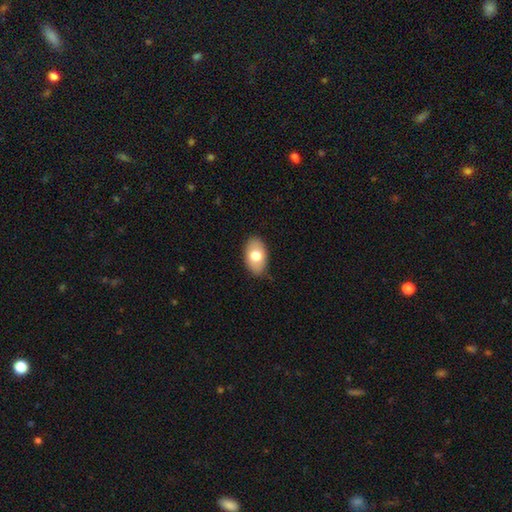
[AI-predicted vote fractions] smooth 73%, featured or disk 20%, star or artifact 7%. Down the decision tree: how rounded — in between (91%); merging — none (82%).